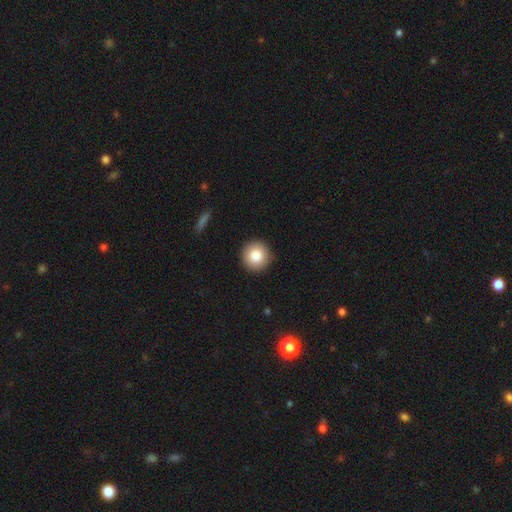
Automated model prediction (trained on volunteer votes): Smooth or featured?
  - smooth: 84% *
  - star or artifact: 8%
  - featured or disk: 8%
How rounded?
  - round: 95% *
  - in between: 4%
  - cigar-shaped: 1%
Merging?
  - none: 90% *
  - minor disturbance: 7%
  - major disturbance: 2%
  - merger: 1%